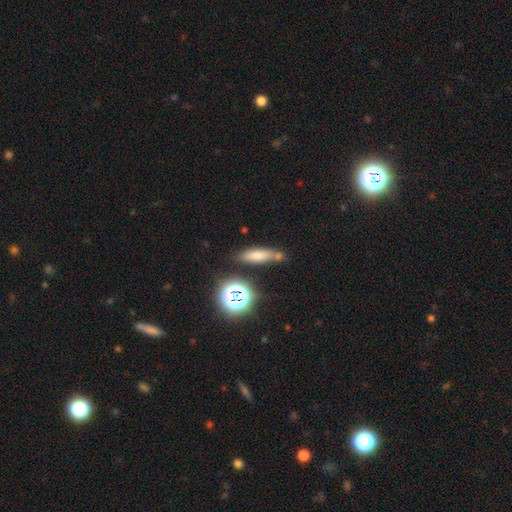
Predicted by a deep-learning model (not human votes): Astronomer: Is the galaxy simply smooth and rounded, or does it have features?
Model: smooth — 57%.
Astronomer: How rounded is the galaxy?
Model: cigar-shaped — 57%.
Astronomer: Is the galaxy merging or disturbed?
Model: none — 70%.